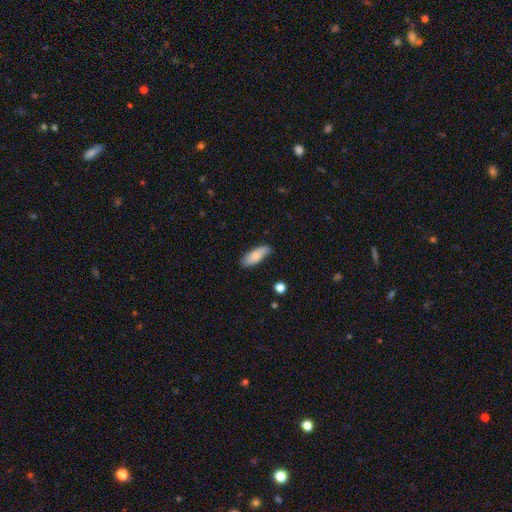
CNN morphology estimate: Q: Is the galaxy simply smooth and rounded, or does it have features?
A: smooth — 77%.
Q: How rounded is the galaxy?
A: in between — 70%.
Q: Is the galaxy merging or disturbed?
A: none — 71%.